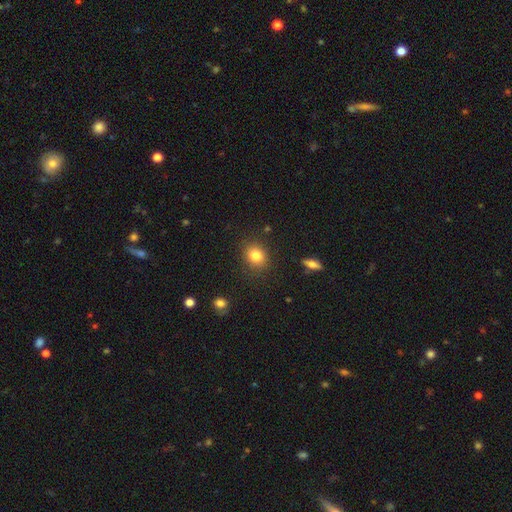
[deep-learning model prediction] Smooth or featured? Predicted: smooth (p=0.82). How rounded? Predicted: round (p=0.64). Merging? Predicted: none (p=0.85).